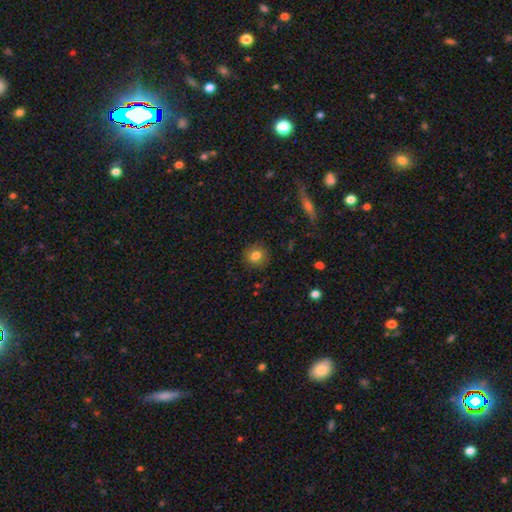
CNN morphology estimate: Smooth or featured?
  - smooth: 81% *
  - star or artifact: 11%
  - featured or disk: 9%
How rounded?
  - round: 87% *
  - in between: 12%
  - cigar-shaped: 1%
Merging?
  - none: 89% *
  - minor disturbance: 8%
  - major disturbance: 2%
  - merger: 1%